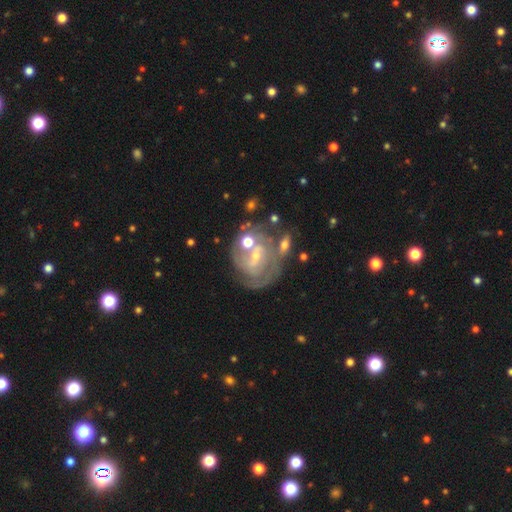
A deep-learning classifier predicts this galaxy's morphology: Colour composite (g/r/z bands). It shows a featured or disk galaxy (78%) with a weak bar (43%), tight (58%) spiral arms (80%) and a small central bulge (68%). Merging: none (46%).